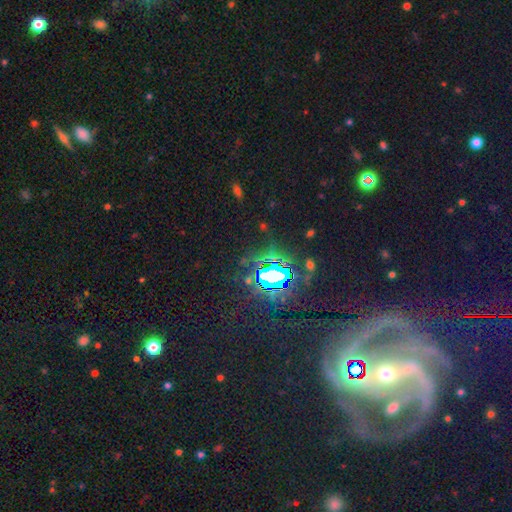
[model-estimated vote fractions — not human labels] A featured or disk galaxy (62%) with a strong bar (42%), spiral arms (87%) and a small central bulge (63%). Merging: none (61%).